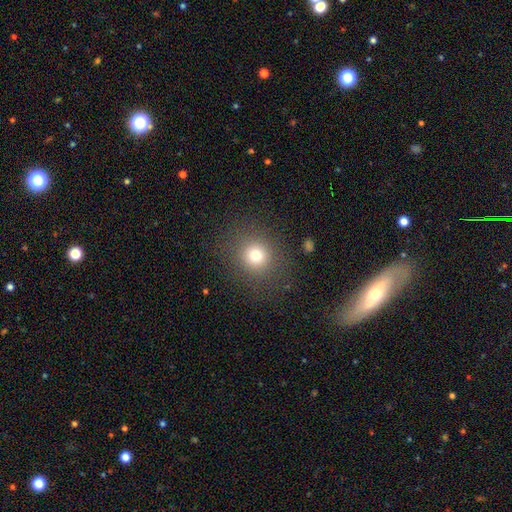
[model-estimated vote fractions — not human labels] A smooth galaxy with no disk features (74%) that is round (88%).

Vote fractions:
- Smooth or featured? smooth: 74% / star or artifact: 16% / featured or disk: 10%
- How rounded? round: 88% / in between: 11% / cigar-shaped: 1%
- Merging? none: 85% / minor disturbance: 8% / major disturbance: 5% / merger: 1%